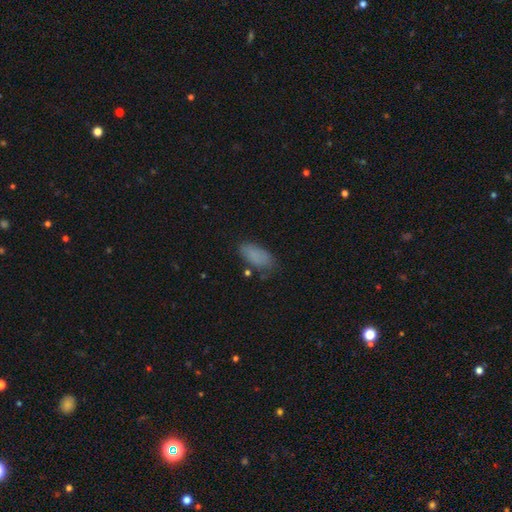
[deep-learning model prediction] A smooth galaxy with no disk features (84%) that is in between round and cigar-shaped (89%).

Vote fractions:
- Smooth or featured? smooth: 84% / star or artifact: 9% / featured or disk: 7%
- How rounded? in between: 89% / cigar-shaped: 8% / round: 3%
- Merging? none: 70% / minor disturbance: 21% / major disturbance: 6% / merger: 3%